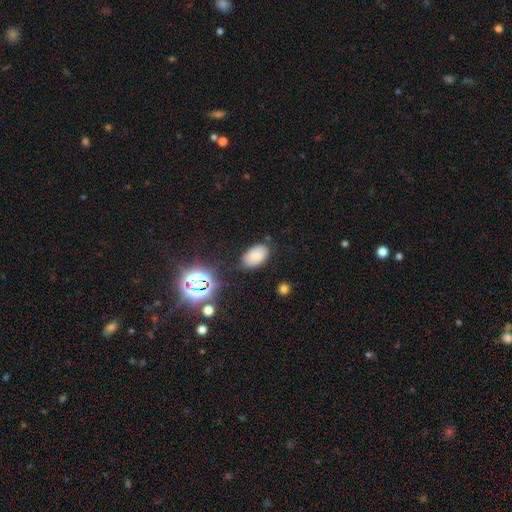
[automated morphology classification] Smooth or featured? Predicted: smooth (p=0.78). How rounded? Predicted: in between (p=0.91). Merging? Predicted: none (p=0.80).